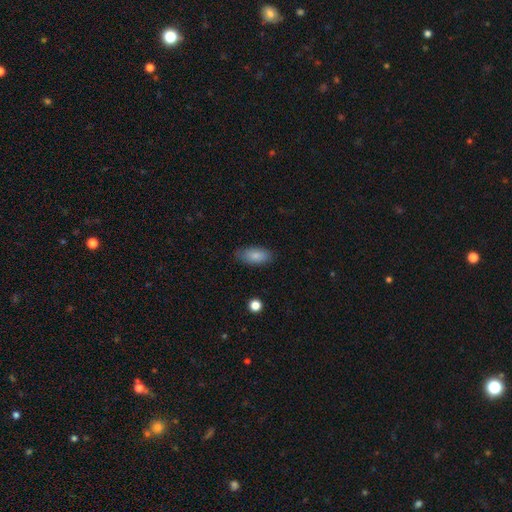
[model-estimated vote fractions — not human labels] Smooth or featured? Predicted: smooth (p=0.85). How rounded? Predicted: in between (p=0.89). Merging? Predicted: none (p=0.81).